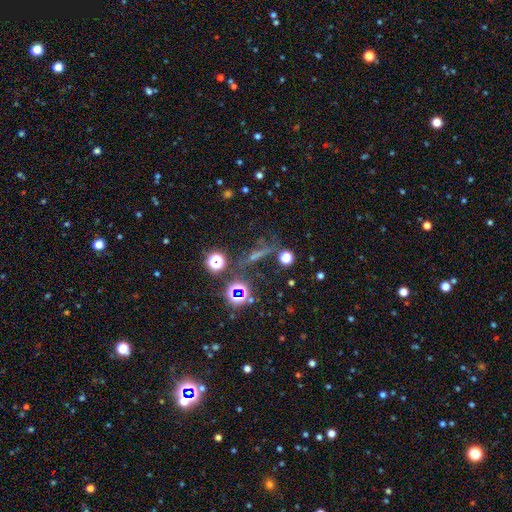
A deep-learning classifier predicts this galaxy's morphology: Smooth or featured? Predicted: star or artifact (p=0.54).